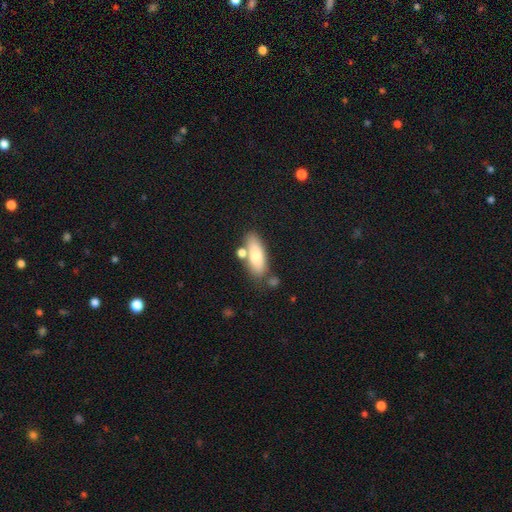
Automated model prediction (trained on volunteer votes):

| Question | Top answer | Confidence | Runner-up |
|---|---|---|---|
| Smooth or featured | smooth | 76% | featured or disk (17%) |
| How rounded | in between | 68% | cigar-shaped (29%) |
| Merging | none | 64% | merger (16%) |